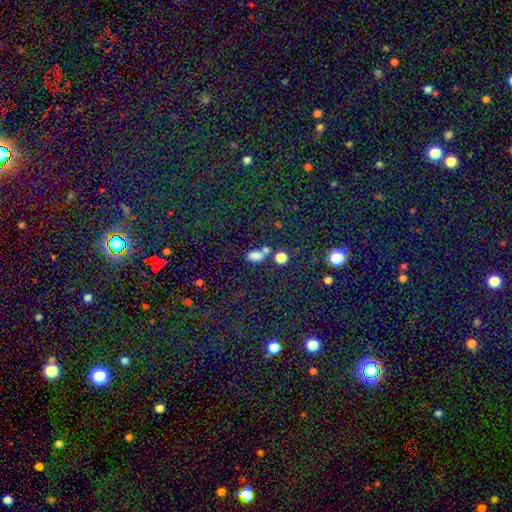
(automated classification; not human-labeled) Morphology: type=smooth (77%); roundness=in between (78%); merging=none (54%).